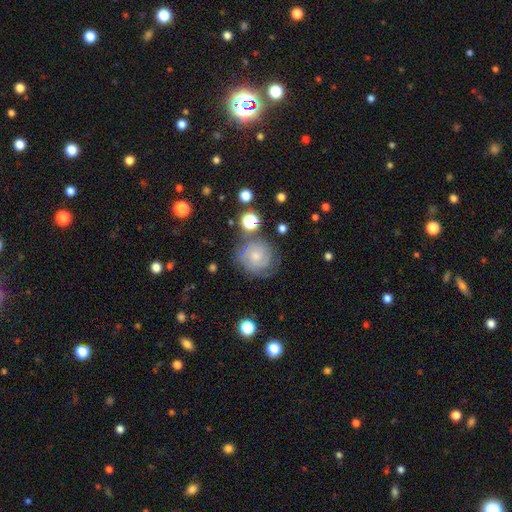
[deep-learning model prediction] smooth_or_featured: featured or disk (p=0.65) [alt: smooth p=0.26]
disk_edge_on: no (p=0.98) [alt: yes p=0.02]
bar: no (p=0.74) [alt: weak p=0.22]
has_spiral_arms: yes (p=0.90) [alt: no p=0.10]
spiral_winding: tight (p=0.68) [alt: medium p=0.25]
spiral_arm_count: 2 (p=0.37) [alt: can't tell p=0.34]
bulge_size: small (p=0.60) [alt: moderate p=0.30]
merging: none (p=0.69) [alt: minor disturbance p=0.18]